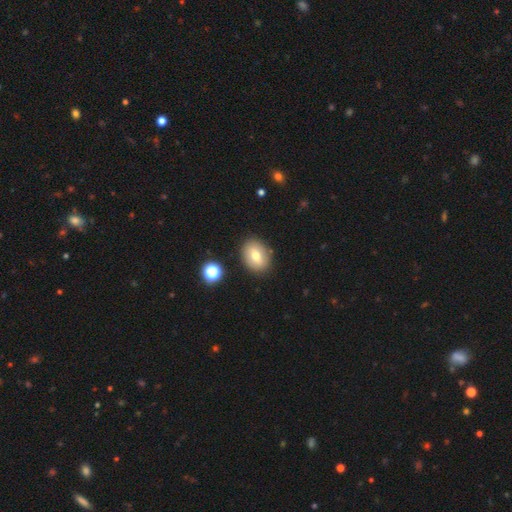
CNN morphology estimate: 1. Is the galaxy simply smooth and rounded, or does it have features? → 70% smooth, 20% featured or disk, 10% star or artifact.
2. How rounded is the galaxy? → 62% in between, 37% round, 1% cigar-shaped.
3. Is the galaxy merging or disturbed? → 85% none, 10% minor disturbance, 3% merger, 3% major disturbance.